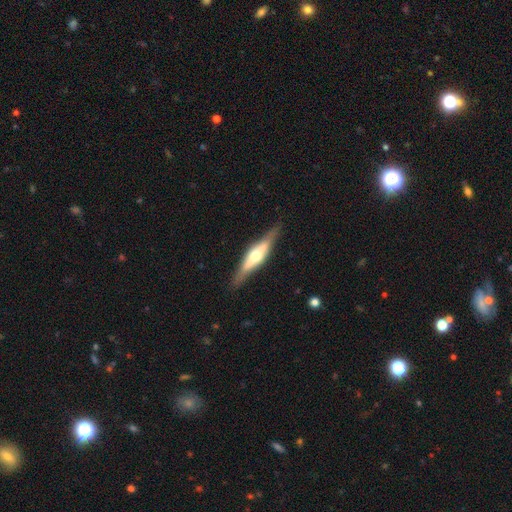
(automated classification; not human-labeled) A featured or disk galaxy (70%) viewed edge-on (95%) with a rounded central bulge (87%). Merging: none (86%).